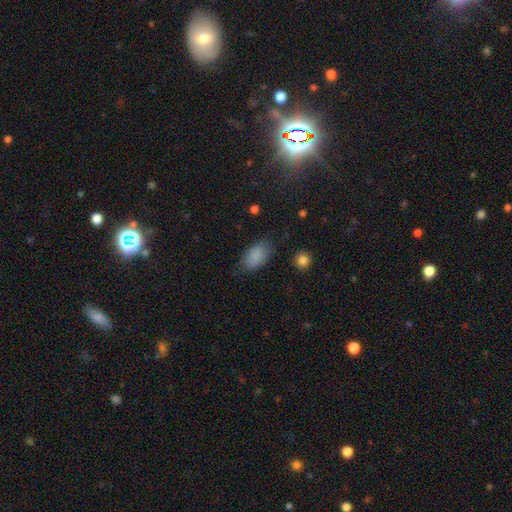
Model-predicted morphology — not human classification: A smooth galaxy with no disk features (86%) that is in between round and cigar-shaped (93%).

Vote fractions:
- Smooth or featured? smooth: 86% / star or artifact: 8% / featured or disk: 5%
- How rounded? in between: 93% / round: 5% / cigar-shaped: 3%
- Merging? none: 77% / minor disturbance: 17% / major disturbance: 5% / merger: 2%